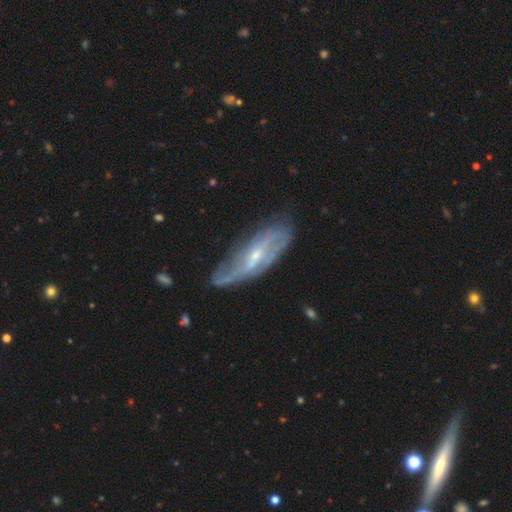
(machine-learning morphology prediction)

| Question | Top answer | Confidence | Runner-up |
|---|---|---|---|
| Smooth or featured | featured or disk | 80% | smooth (14%) |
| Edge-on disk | no | 82% | yes (18%) |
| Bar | weak | 43% | no (35%) |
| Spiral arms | yes | 87% | no (13%) |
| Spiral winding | loose | 44% | medium (34%) |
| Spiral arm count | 2 | 56% | can't tell (25%) |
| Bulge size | small | 65% | moderate (31%) |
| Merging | none | 61% | minor disturbance (25%) |